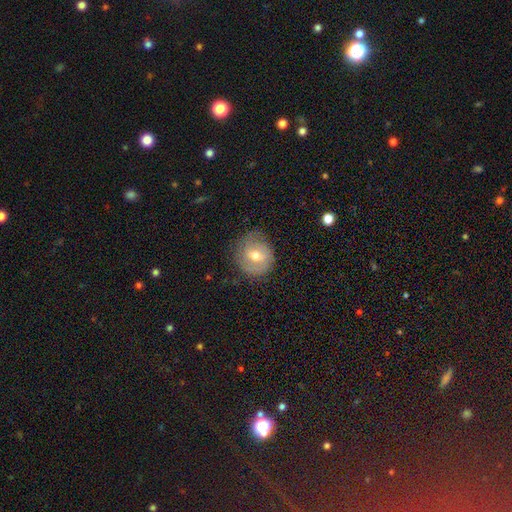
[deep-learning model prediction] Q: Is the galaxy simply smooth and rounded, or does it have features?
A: smooth — 50%.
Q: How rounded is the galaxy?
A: round — 83%.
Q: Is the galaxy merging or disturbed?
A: none — 70%.